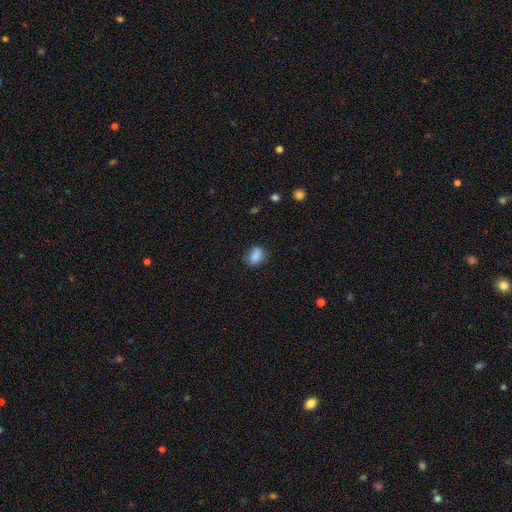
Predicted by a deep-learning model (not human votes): This is clearly a smooth galaxy (86%). How rounded: likely in between (66%). Merging: likely none (74%).